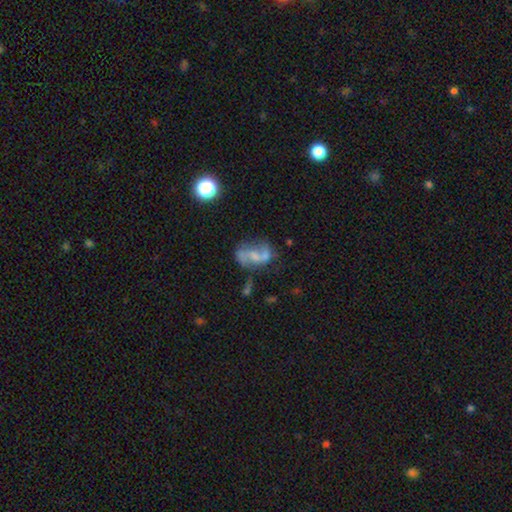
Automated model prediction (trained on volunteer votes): Overall: featured or disk (63%; smooth 24%). Edge-on disk: no (96%). Bar: no (52%; weak 34%). Spiral arms: yes (68%; no 32%). Bulge size: small (39%; none 32%). Merging: none (39%; major disturbance 21%).